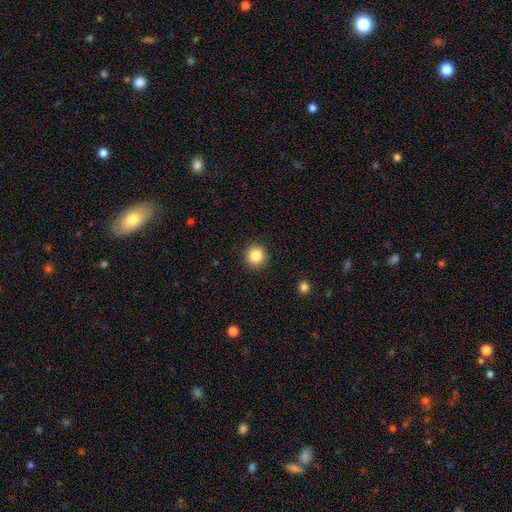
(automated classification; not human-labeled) Smooth or featured?
  - smooth: 86% *
  - star or artifact: 10%
  - featured or disk: 4%
How rounded?
  - round: 94% *
  - in between: 5%
  - cigar-shaped: 1%
Merging?
  - none: 92% *
  - minor disturbance: 5%
  - major disturbance: 2%
  - merger: 1%